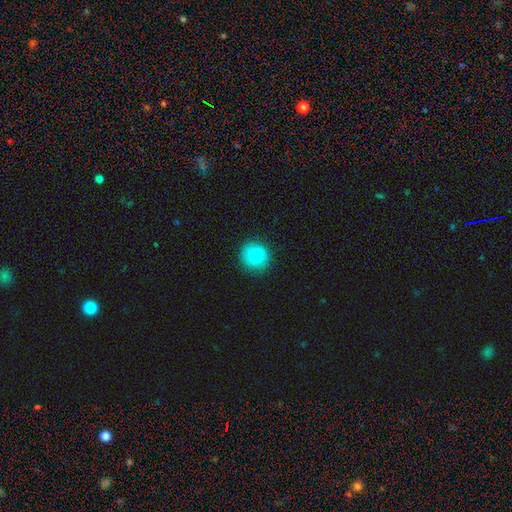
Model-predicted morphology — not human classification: Smooth or featured? smooth (84%)
How rounded? round (92%)
Merging? none (87%)